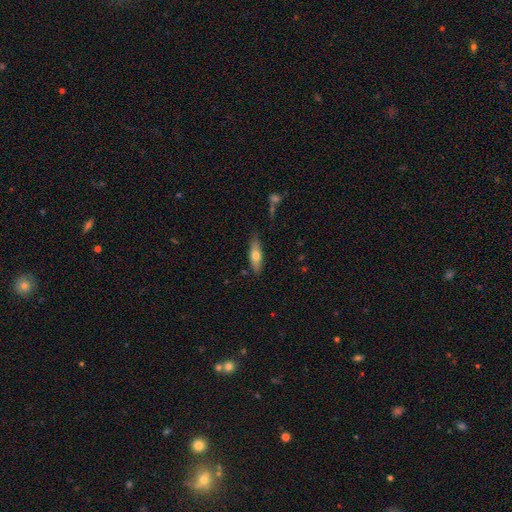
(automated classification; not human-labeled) Overall: smooth (62%; featured or disk 31%). How rounded: cigar-shaped (53%; in between 45%). Merging: none (81%).